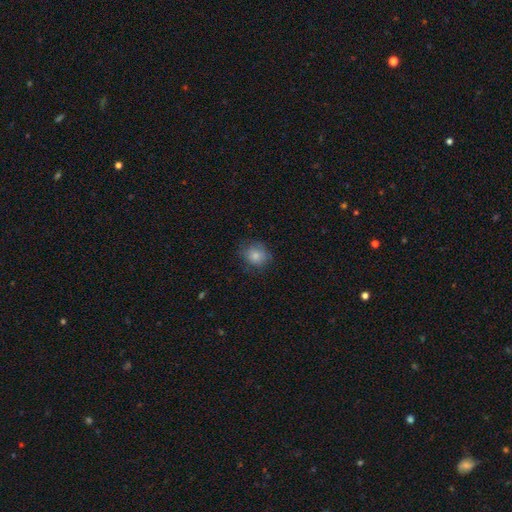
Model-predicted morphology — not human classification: Smooth or featured? smooth (81%)
How rounded? round (76%)
Merging? none (73%)